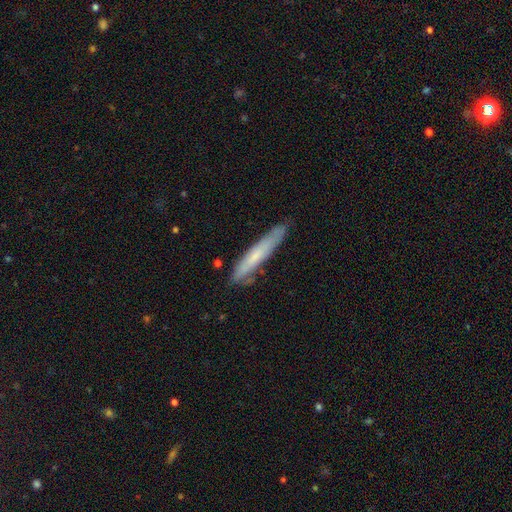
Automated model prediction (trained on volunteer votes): This appears to be a smooth galaxy with no disk features (56%) that is cigar-shaped (92%). Merging: none (76%).